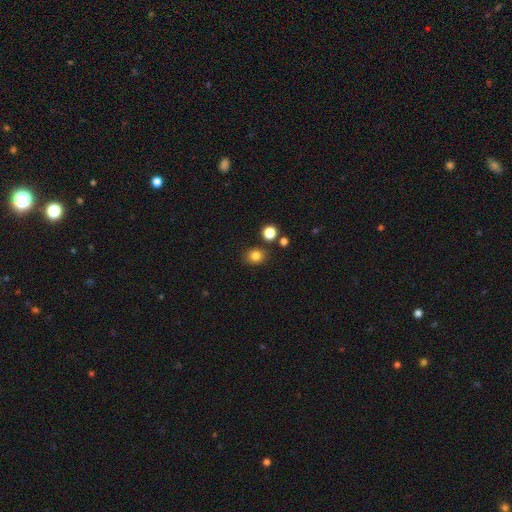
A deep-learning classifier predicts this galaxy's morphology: smooth 83%, star or artifact 12%, featured or disk 5%. Down the decision tree: how rounded — round (72%); merging — none (83%).